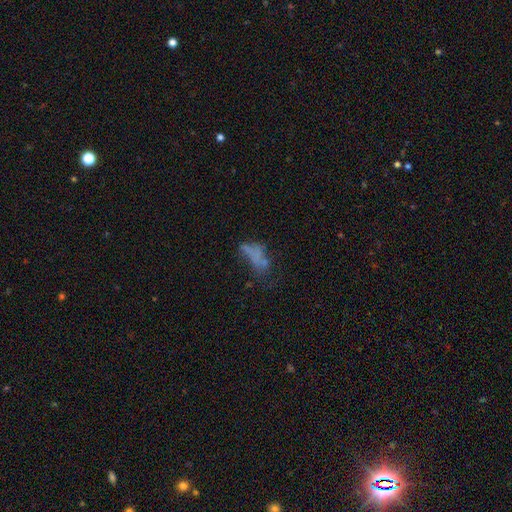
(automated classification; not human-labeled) A smooth galaxy with no disk features (46%). Merging: major disturbance (35%).